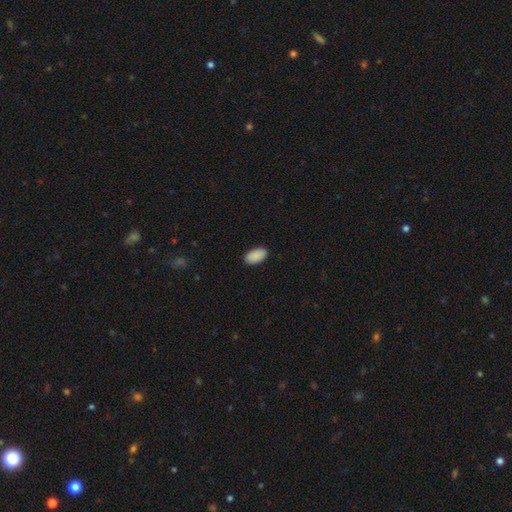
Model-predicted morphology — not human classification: Smooth or featured: smooth — 91% (star or artifact — 7%)
How rounded: in between — 95% (round — 3%)
Merging: none — 89% (minor disturbance — 8%)